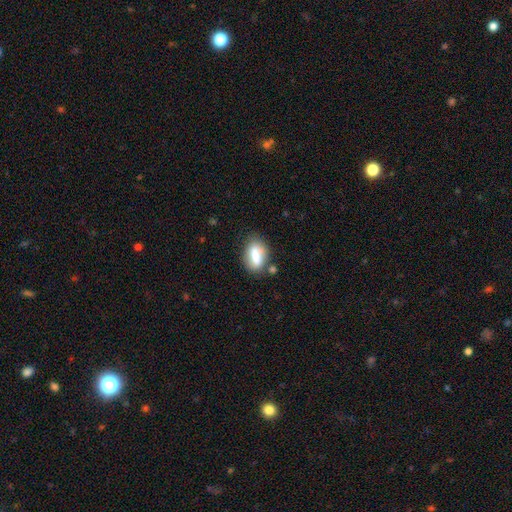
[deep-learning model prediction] This appears to be a smooth galaxy with no disk features (71%) that is in between round and cigar-shaped (78%). Merging: none (64%).